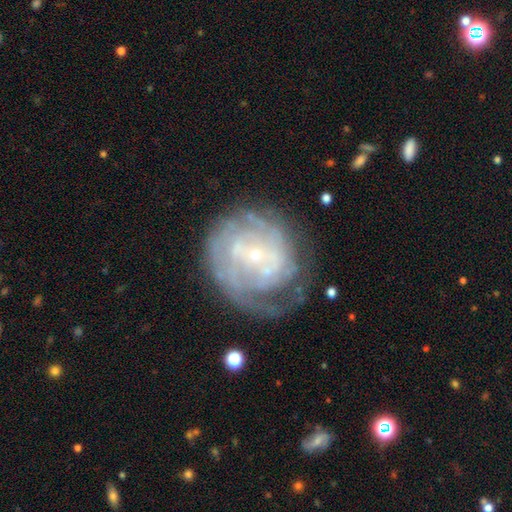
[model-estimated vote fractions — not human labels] The model was most divided on "spiral arm count": can't tell: 49%, 2: 18%, 3: 11%, 4: 9%, 1: 7%, more than 4: 6%. More confident: edge-on disk — no (97%); bulge size — small (86%); spiral arms — yes (85%); smooth or featured — featured or disk (79%); spiral winding — tight (67%); bar — no (66%); merging — none (60%).